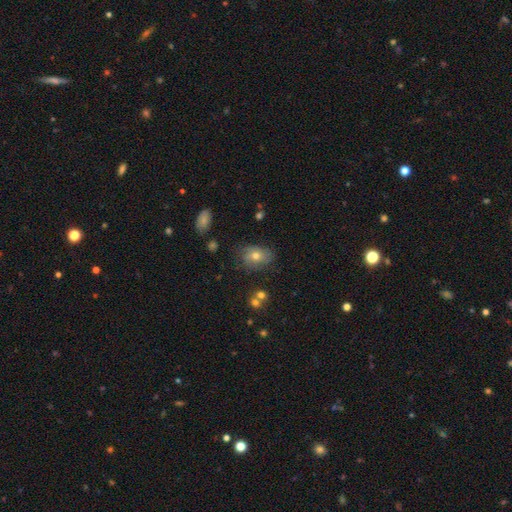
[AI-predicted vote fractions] The model was most divided on "smooth or featured": smooth: 58%, featured or disk: 28%, star or artifact: 14%. More confident: how rounded — in between (74%); merging — none (69%).